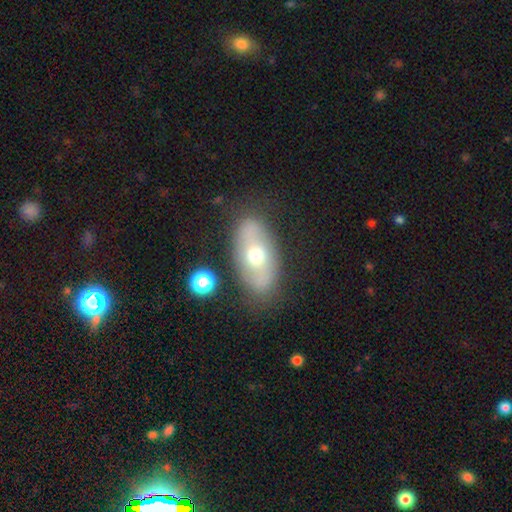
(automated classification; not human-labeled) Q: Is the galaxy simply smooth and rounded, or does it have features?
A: featured or disk — 47%.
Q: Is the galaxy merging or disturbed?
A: none — 77%.